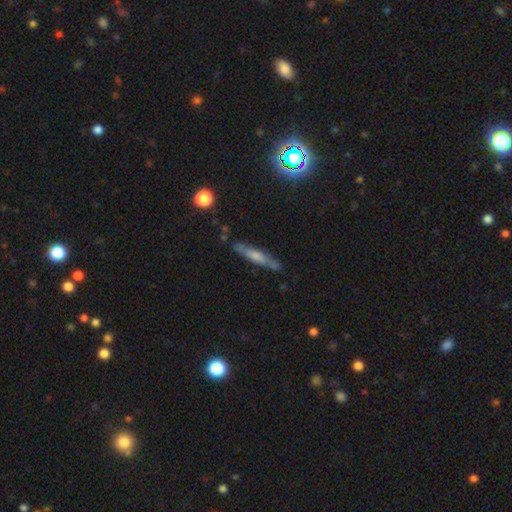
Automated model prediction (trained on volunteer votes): Smooth or featured?
  - featured or disk: 48% *
  - smooth: 39%
  - star or artifact: 12%
Merging?
  - none: 79% *
  - minor disturbance: 15%
  - major disturbance: 3%
  - merger: 3%